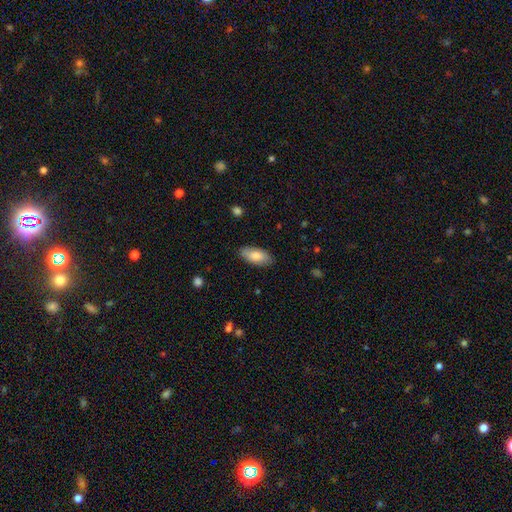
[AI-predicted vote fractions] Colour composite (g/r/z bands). It shows a smooth galaxy with no disk features (79%) that is in between round and cigar-shaped (90%). Merging: none (85%).